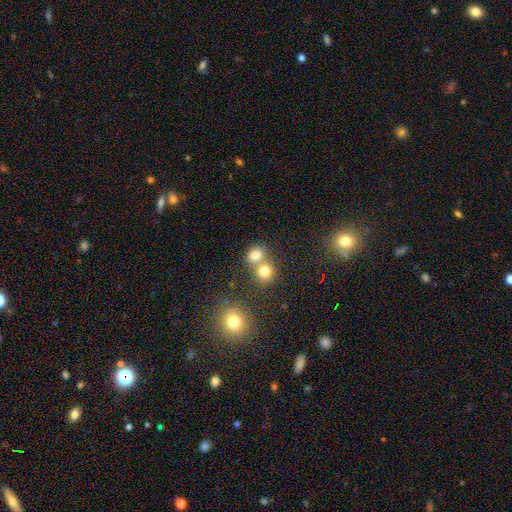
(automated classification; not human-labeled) Morphology: type=smooth (77%); roundness=round (69%); merging=merger (50%).